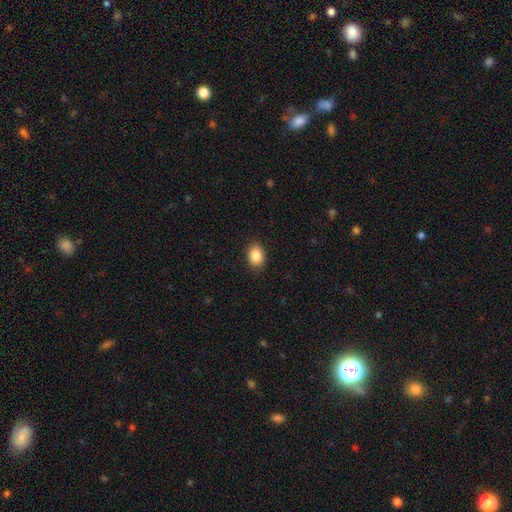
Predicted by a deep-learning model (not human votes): Overall: smooth (87%). How rounded: in between (63%; round 36%). Merging: none (88%).